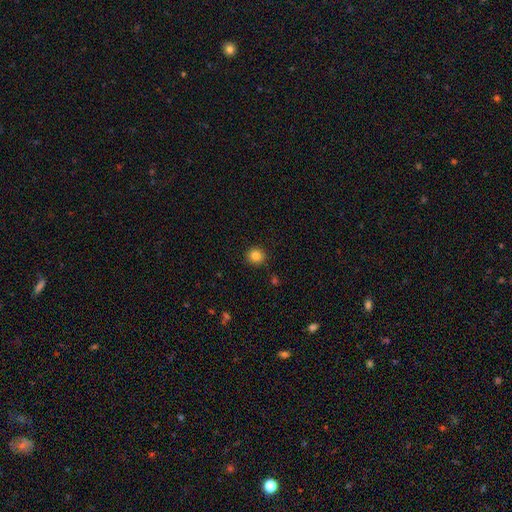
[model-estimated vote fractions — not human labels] Overall: smooth (84%). How rounded: round (91%). Merging: none (90%).